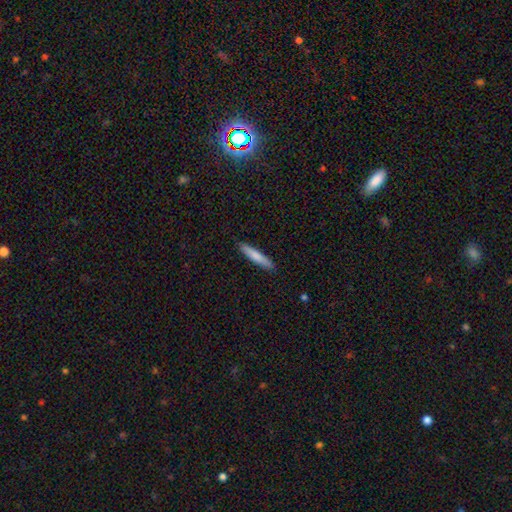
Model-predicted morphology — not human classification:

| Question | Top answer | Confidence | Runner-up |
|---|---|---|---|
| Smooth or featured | smooth | 76% | featured or disk (19%) |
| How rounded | cigar-shaped | 91% | in between (8%) |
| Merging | none | 91% | minor disturbance (7%) |